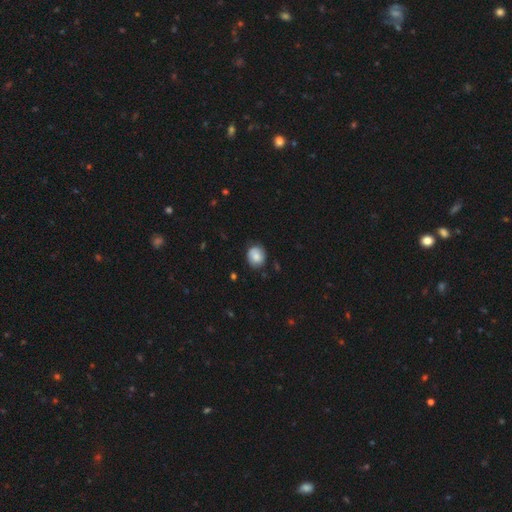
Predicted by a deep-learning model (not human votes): smooth 80%, featured or disk 12%, star or artifact 8%. Down the decision tree: how rounded — round (71%); merging — none (78%).